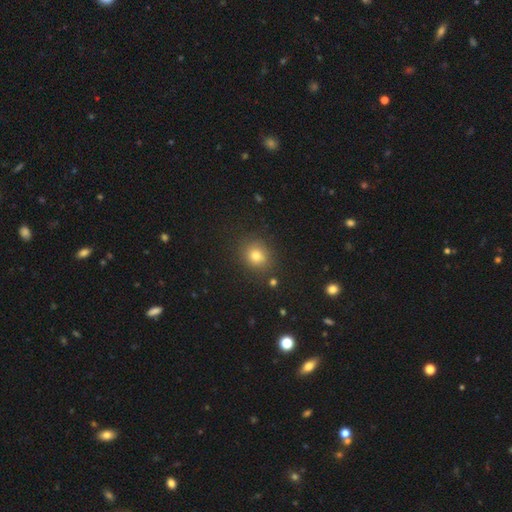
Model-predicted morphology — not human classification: Smooth or featured? Predicted: smooth (p=0.77). How rounded? Predicted: round (p=0.77). Merging? Predicted: none (p=0.86).